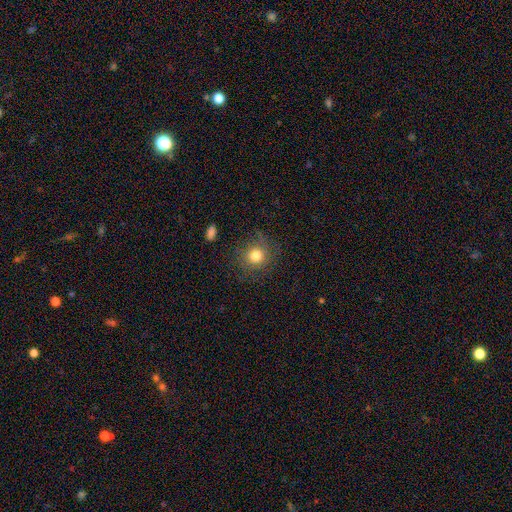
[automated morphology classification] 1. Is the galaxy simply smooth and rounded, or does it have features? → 79% smooth, 12% star or artifact, 9% featured or disk.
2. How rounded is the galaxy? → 91% round, 8% in between, 1% cigar-shaped.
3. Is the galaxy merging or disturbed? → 82% none, 12% minor disturbance, 5% major disturbance, 1% merger.